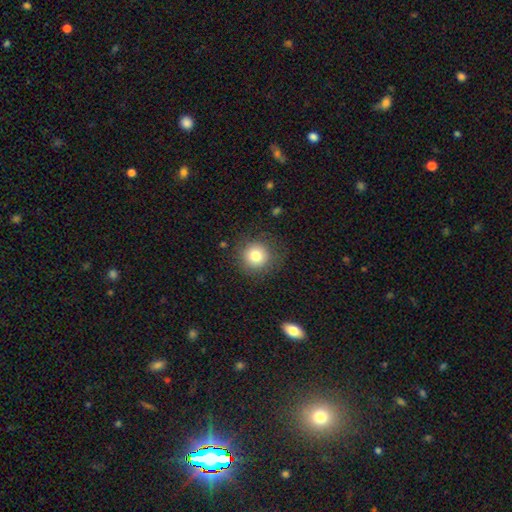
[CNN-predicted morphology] The model was most divided on "smooth or featured": smooth: 80%, star or artifact: 11%, featured or disk: 9%. More confident: how rounded — round (93%); merging — none (85%).